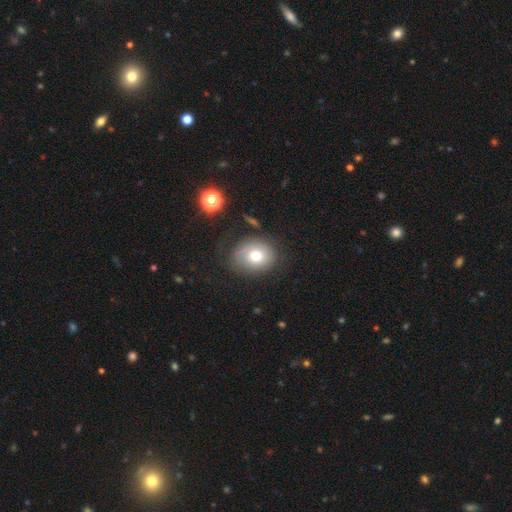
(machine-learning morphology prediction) smooth 72%, featured or disk 18%, star or artifact 10%. Down the decision tree: how rounded — round (56%); merging — none (71%).